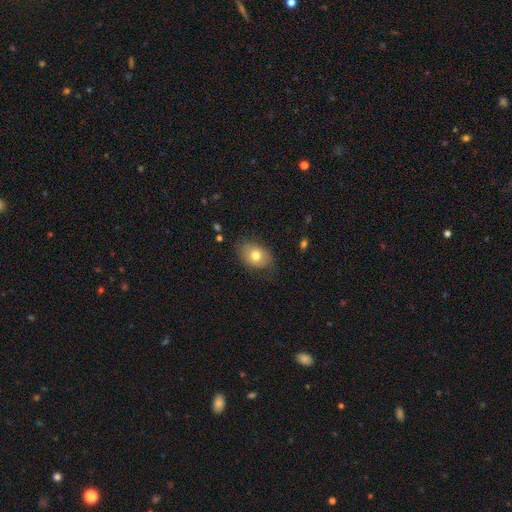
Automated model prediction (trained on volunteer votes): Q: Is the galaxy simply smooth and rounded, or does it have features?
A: smooth — 74%.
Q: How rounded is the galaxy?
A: in between — 77%.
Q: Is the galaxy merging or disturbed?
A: none — 73%.